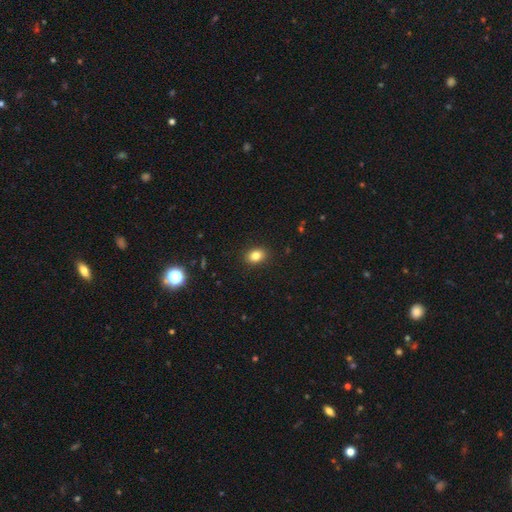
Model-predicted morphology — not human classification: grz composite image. It shows a smooth galaxy with no disk features (83%) that is in between round and cigar-shaped (67%). Merging: none (90%).